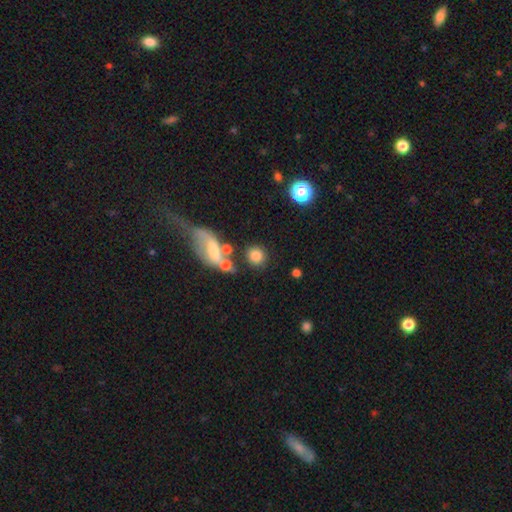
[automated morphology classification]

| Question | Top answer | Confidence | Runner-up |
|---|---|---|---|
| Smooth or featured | smooth | 77% | star or artifact (12%) |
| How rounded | round | 82% | in between (15%) |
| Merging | none | 63% | merger (18%) |